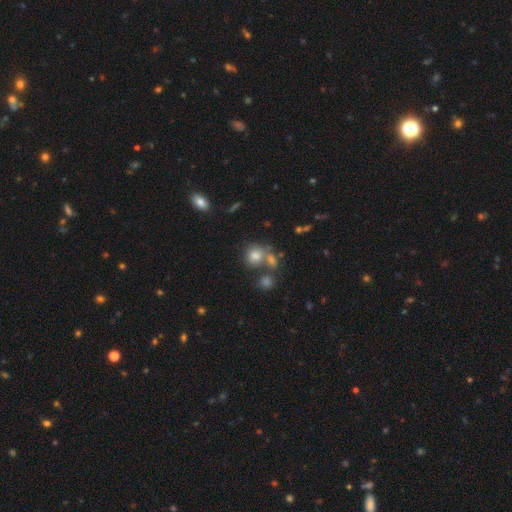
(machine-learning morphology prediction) smooth_or_featured: smooth (p=0.75) [alt: star or artifact p=0.15]
how_rounded: round (p=0.78) [alt: in between p=0.21]
merging: none (p=0.54) [alt: merger p=0.28]